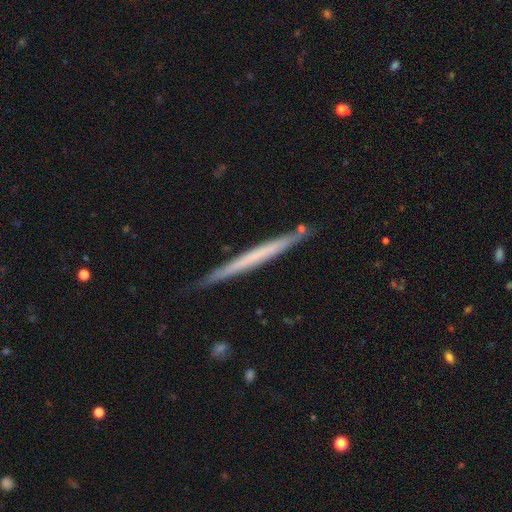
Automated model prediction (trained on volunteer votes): Smooth or featured? featured or disk (51%)
Edge-on disk? yes (97%)
Merging? none (85%)